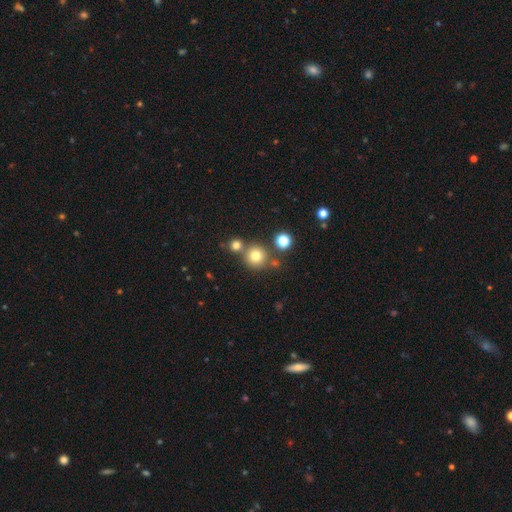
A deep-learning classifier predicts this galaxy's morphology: A smooth galaxy with no disk features (76%) that is round (92%).

Vote fractions:
- Smooth or featured? smooth: 76% / star or artifact: 15% / featured or disk: 9%
- How rounded? round: 92% / in between: 7% / cigar-shaped: 1%
- Merging? none: 72% / merger: 17% / minor disturbance: 8% / major disturbance: 3%